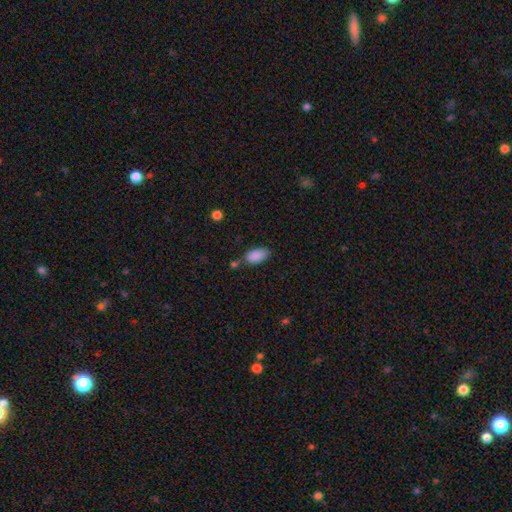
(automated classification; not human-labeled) Smooth or featured? Predicted: smooth (p=0.88). How rounded? Predicted: in between (p=0.94). Merging? Predicted: none (p=0.62).